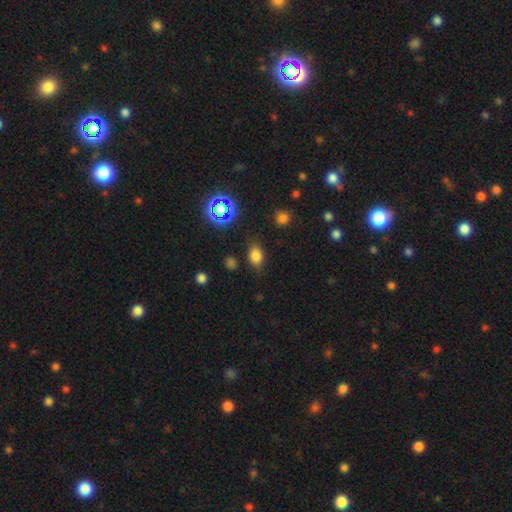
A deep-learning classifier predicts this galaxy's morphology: smooth 75%, star or artifact 18%, featured or disk 7%. Down the decision tree: how rounded — in between (75%); merging — none (80%).